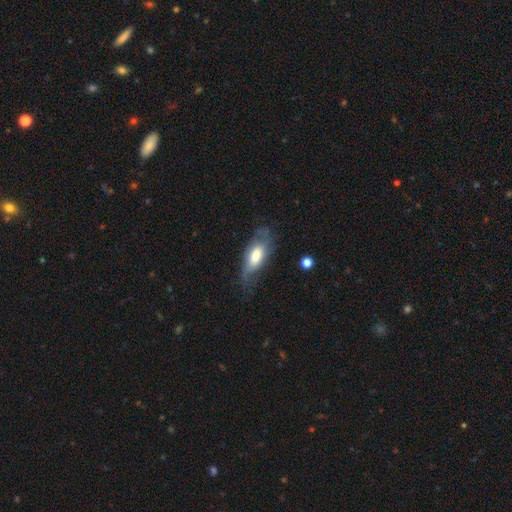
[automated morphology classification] Q: Smooth or featured?
A: smooth (51%); runner-up: featured or disk (42%)
Q: How rounded?
A: in between (83%); runner-up: cigar-shaped (14%)
Q: Merging?
A: none (50%); runner-up: minor disturbance (29%)